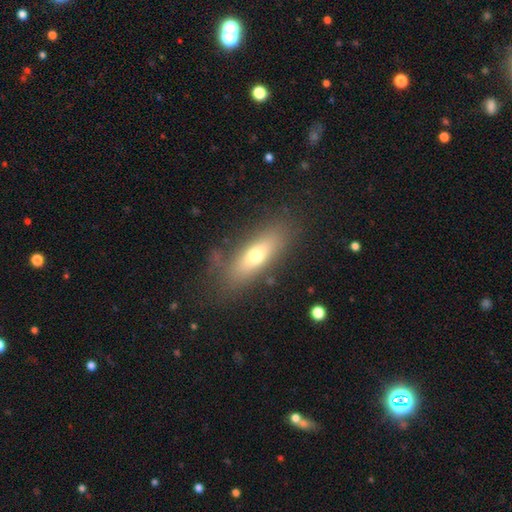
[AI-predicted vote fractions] A smooth galaxy with no disk features (62%) that is in between round and cigar-shaped (55%). Merging: none (78%).